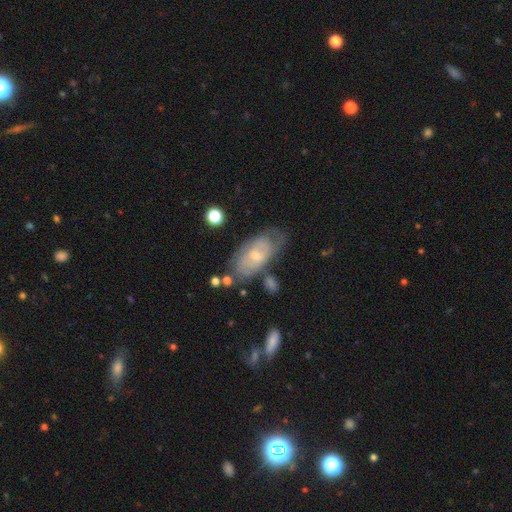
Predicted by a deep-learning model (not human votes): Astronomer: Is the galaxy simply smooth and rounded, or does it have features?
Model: featured or disk — 61%.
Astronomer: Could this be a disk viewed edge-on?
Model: no — 91%.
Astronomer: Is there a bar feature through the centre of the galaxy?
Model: no — 59% (runner-up: weak, 35%).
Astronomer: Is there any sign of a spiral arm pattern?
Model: yes — 69%.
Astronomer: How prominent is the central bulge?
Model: small — 54% (runner-up: moderate, 40%).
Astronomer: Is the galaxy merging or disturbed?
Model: none — 58%.